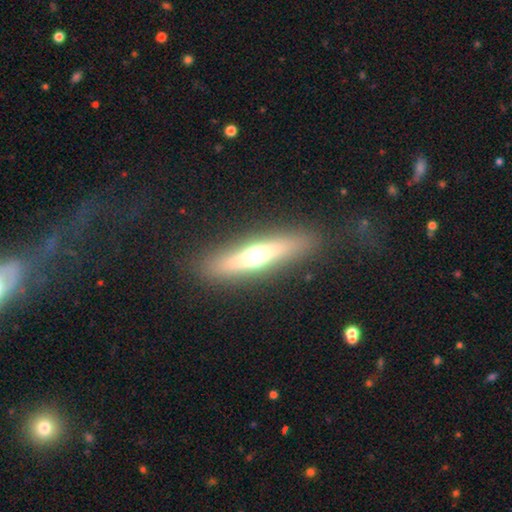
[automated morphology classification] A featured or disk galaxy (49%). Merging: none (88%).